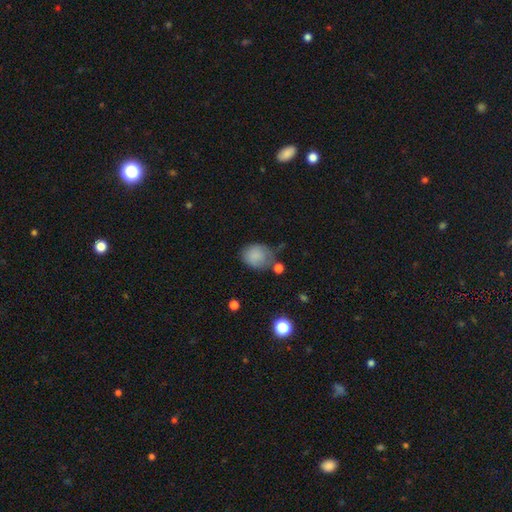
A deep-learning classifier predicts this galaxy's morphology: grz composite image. It shows a smooth galaxy with no disk features (81%) that is round (51%). Merging: none (53%).